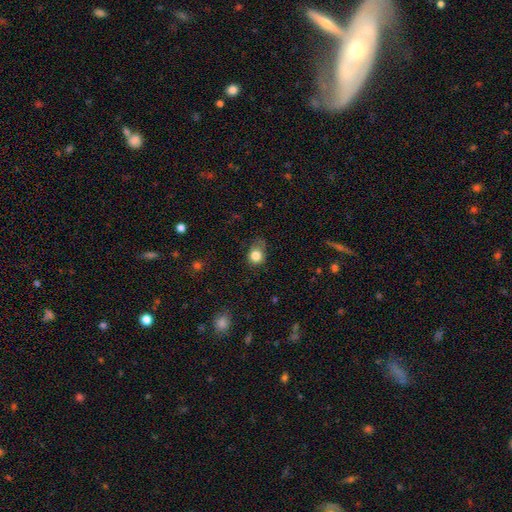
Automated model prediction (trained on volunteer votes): This appears to be a smooth galaxy with no disk features (83%) that is round (74%). Merging: none (52%).